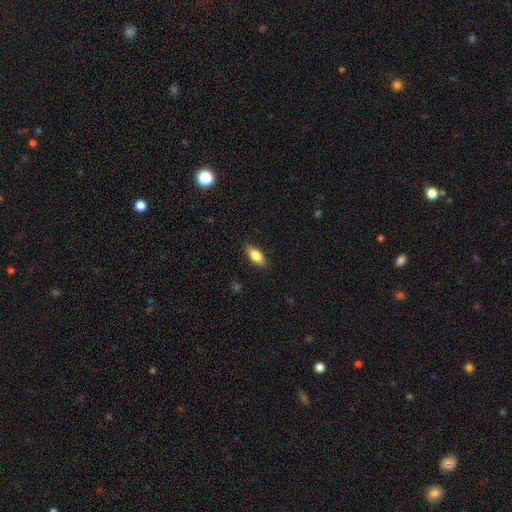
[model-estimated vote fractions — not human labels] smooth_or_featured: smooth (p=0.80) [alt: featured or disk p=0.13]
how_rounded: in between (p=0.82) [alt: cigar-shaped p=0.15]
merging: none (p=0.88) [alt: minor disturbance p=0.09]